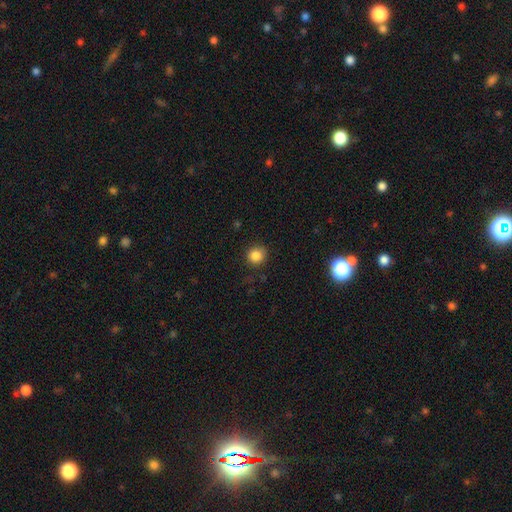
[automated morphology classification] Overall: smooth (85%). How rounded: round (89%). Merging: none (84%).